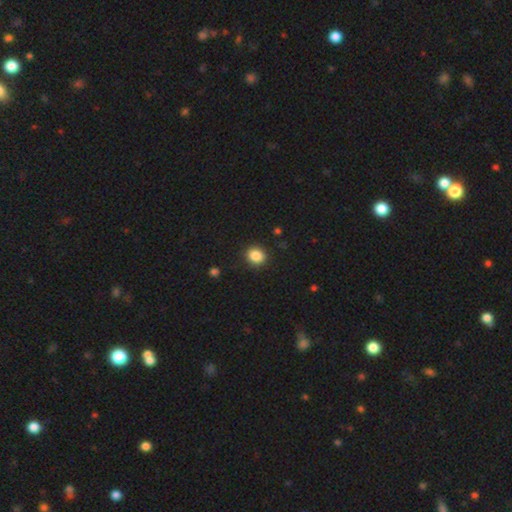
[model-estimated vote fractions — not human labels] Smooth or featured?
  - smooth: 86% *
  - star or artifact: 10%
  - featured or disk: 4%
How rounded?
  - round: 71% *
  - in between: 28%
  - cigar-shaped: 1%
Merging?
  - none: 89% *
  - minor disturbance: 7%
  - major disturbance: 2%
  - merger: 1%